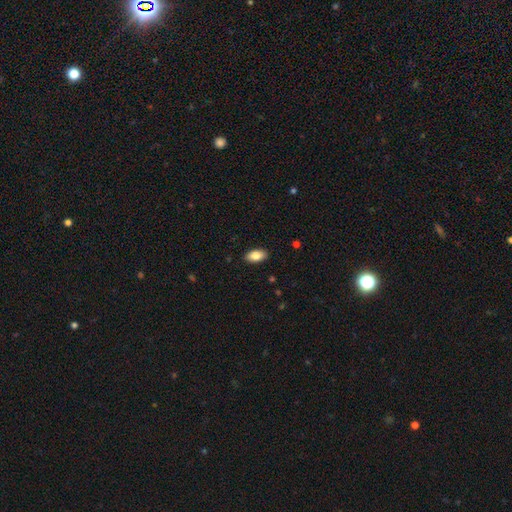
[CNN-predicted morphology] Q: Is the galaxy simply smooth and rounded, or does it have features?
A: smooth — 83%.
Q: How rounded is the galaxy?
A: in between — 93%.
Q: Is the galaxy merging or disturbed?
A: none — 90%.